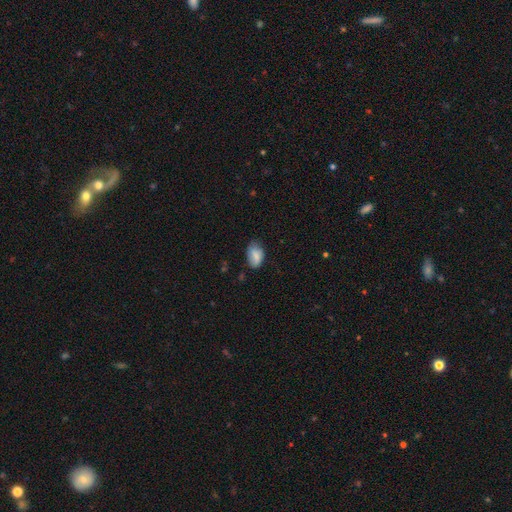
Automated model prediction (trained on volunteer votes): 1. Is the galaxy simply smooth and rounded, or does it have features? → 81% smooth, 12% featured or disk, 7% star or artifact.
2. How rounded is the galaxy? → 91% in between, 8% round, 2% cigar-shaped.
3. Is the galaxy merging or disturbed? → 64% none, 28% minor disturbance, 6% major disturbance, 2% merger.